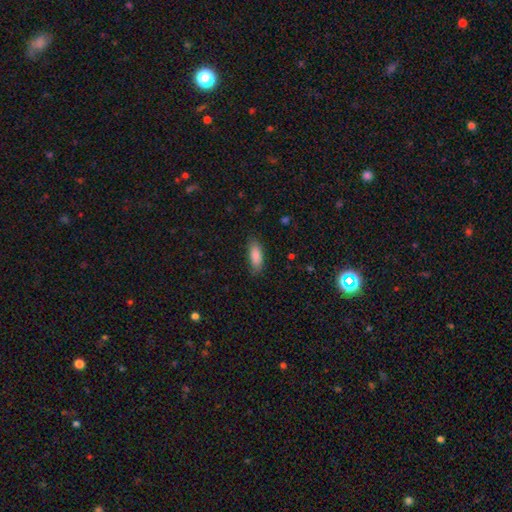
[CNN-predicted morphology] The model was most divided on "how rounded": in between: 76%, cigar-shaped: 22%, round: 2%. More confident: smooth or featured — smooth (87%); merging — none (80%).